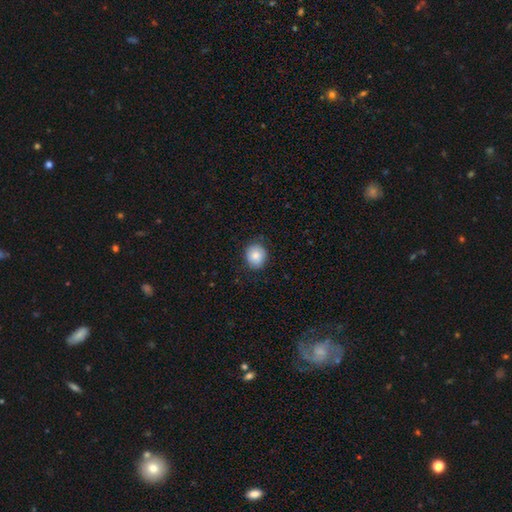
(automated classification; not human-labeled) A smooth galaxy with no disk features (81%) that is round (77%).

Vote fractions:
- Smooth or featured? smooth: 81% / featured or disk: 11% / star or artifact: 8%
- How rounded? round: 77% / in between: 22% / cigar-shaped: 1%
- Merging? none: 83% / minor disturbance: 13% / major disturbance: 3% / merger: 1%